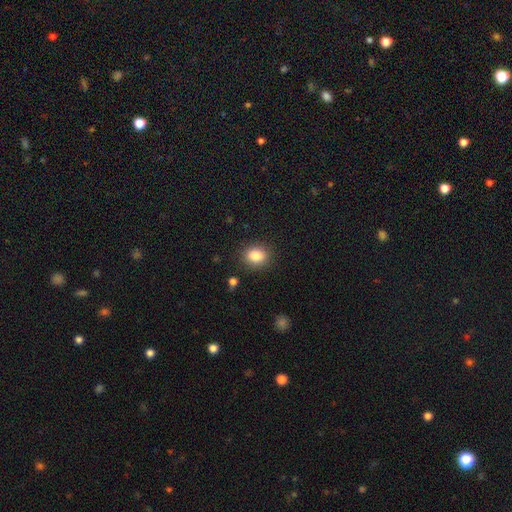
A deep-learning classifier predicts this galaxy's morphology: Smooth or featured?
  - smooth: 85% *
  - star or artifact: 10%
  - featured or disk: 6%
How rounded?
  - round: 50% *
  - in between: 49%
  - cigar-shaped: 1%
Merging?
  - none: 88% *
  - minor disturbance: 8%
  - major disturbance: 3%
  - merger: 2%